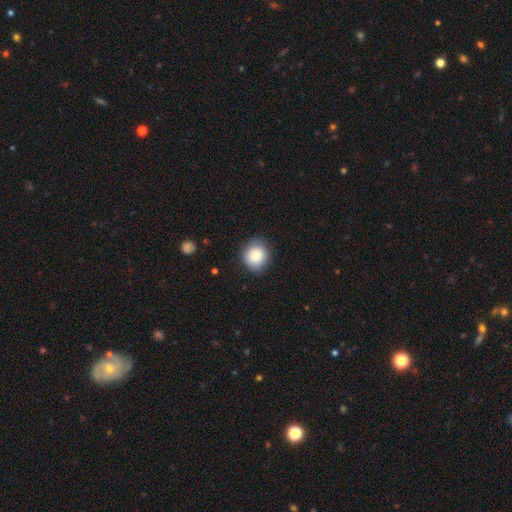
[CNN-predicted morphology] Smooth or featured: smooth — 85% (star or artifact — 8%)
How rounded: round — 86% (in between — 13%)
Merging: none — 83% (minor disturbance — 13%)